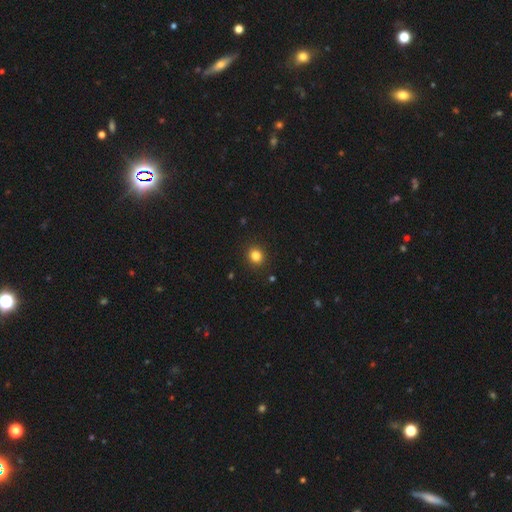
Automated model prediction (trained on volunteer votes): Smooth or featured? smooth (83%)
How rounded? round (79%)
Merging? none (91%)